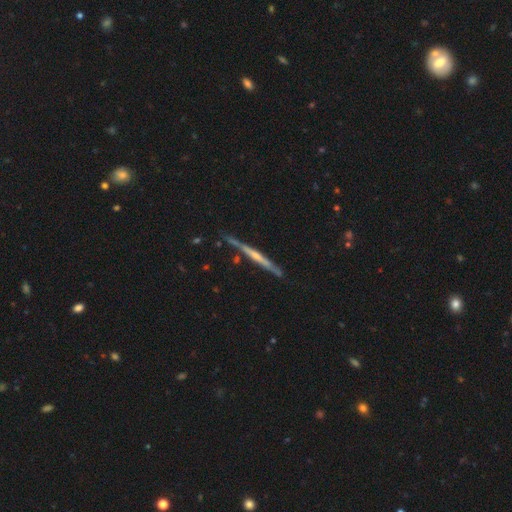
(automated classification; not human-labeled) The model was most divided on "edge-on bulge": none: 46%, rounded: 44%, boxy: 10%. More confident: edge-on disk — yes (98%); merging — none (83%); smooth or featured — featured or disk (73%).